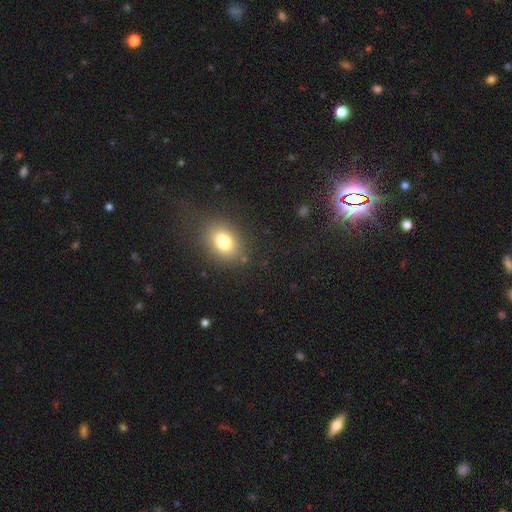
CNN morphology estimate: This is possibly a smooth galaxy (59%). How rounded: possibly in between (58%). Merging: clearly none (83%).